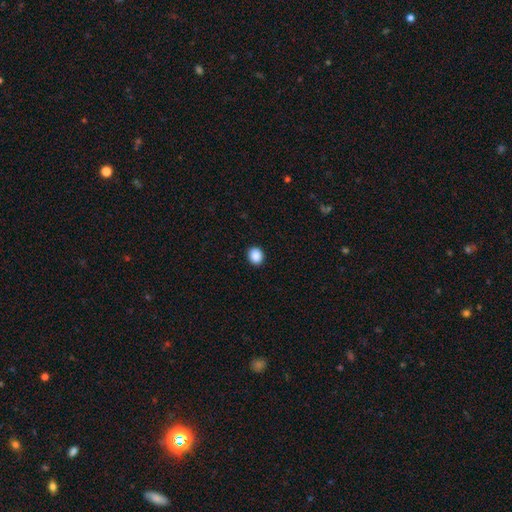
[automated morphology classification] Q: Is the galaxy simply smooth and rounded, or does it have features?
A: smooth — 90%.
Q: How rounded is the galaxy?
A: round — 68%.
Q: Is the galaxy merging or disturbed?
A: none — 92%.